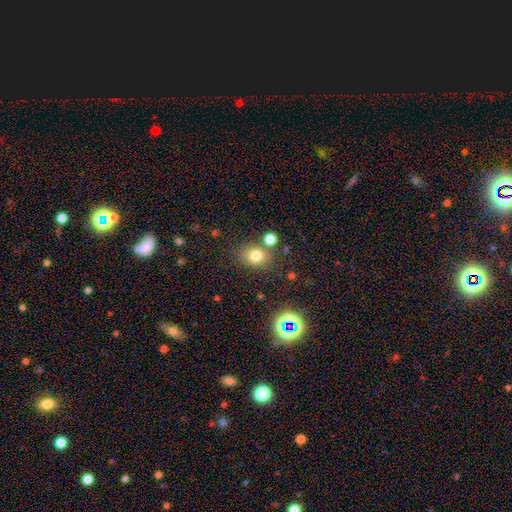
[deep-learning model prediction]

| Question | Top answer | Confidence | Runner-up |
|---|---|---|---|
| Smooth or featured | smooth | 76% | star or artifact (15%) |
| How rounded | round | 59% | in between (40%) |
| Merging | none | 72% | merger (12%) |